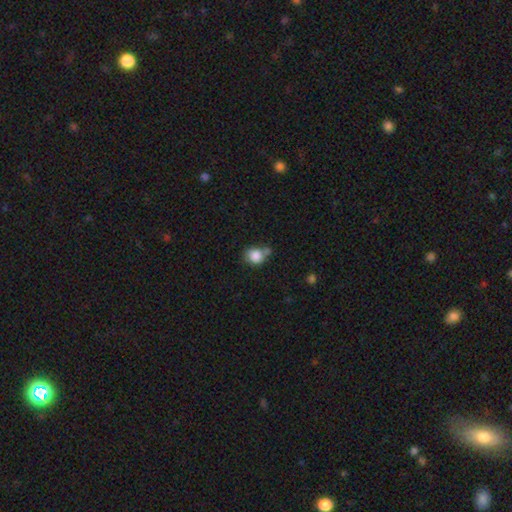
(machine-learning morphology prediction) smooth 84%, star or artifact 9%, featured or disk 6%. Down the decision tree: how rounded — round (77%); merging — none (49%).